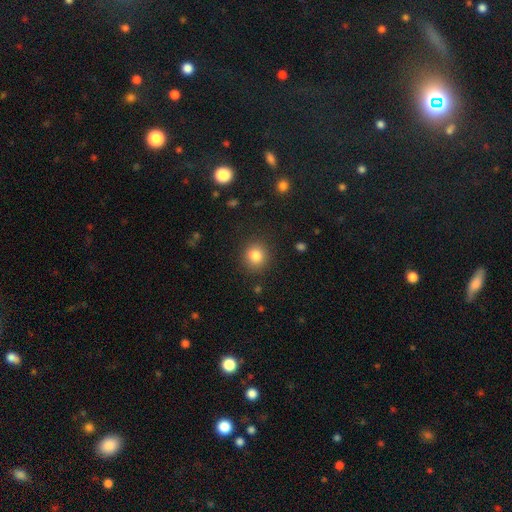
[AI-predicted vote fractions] smooth 83%, star or artifact 11%, featured or disk 6%. Down the decision tree: how rounded — round (86%); merging — none (88%).